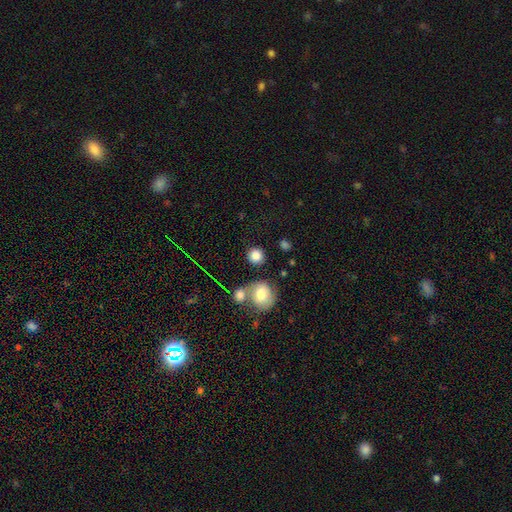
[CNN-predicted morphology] This appears to be a smooth galaxy with no disk features (83%) that is round (89%). Merging: none (73%).